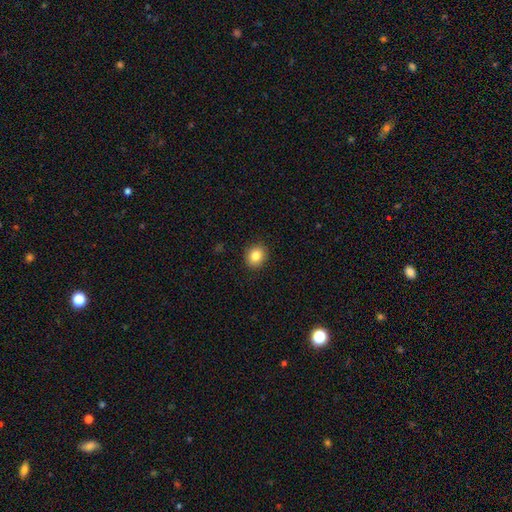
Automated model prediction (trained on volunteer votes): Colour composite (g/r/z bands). It shows a smooth galaxy with no disk features (84%) that is round (68%). Merging: none (91%).